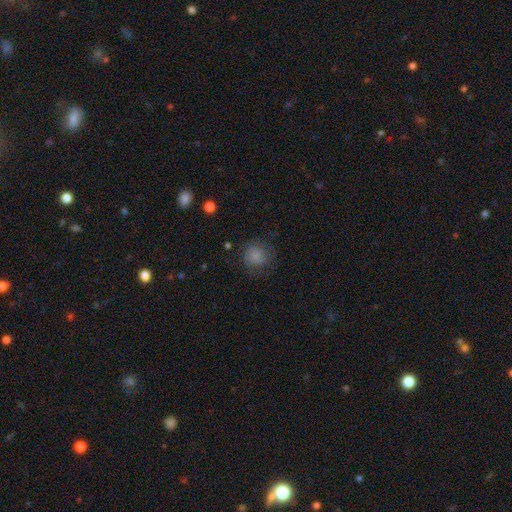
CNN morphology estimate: The model was most divided on "merging": none: 70%, minor disturbance: 19%, major disturbance: 10%, merger: 1%. More confident: how rounded — round (87%); smooth or featured — smooth (81%).